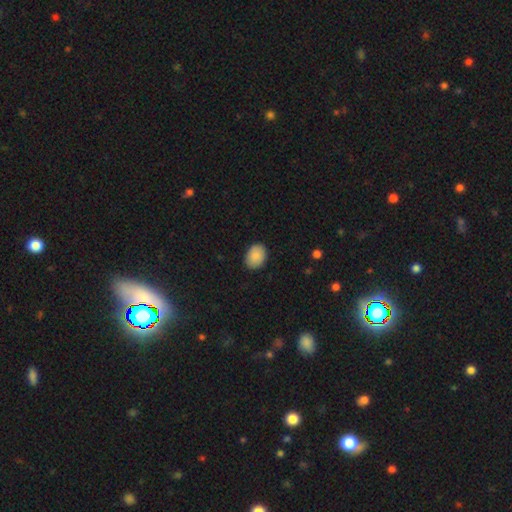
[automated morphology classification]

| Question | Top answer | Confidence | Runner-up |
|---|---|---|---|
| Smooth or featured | smooth | 89% | star or artifact (7%) |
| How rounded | in between | 66% | round (33%) |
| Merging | none | 87% | minor disturbance (10%) |